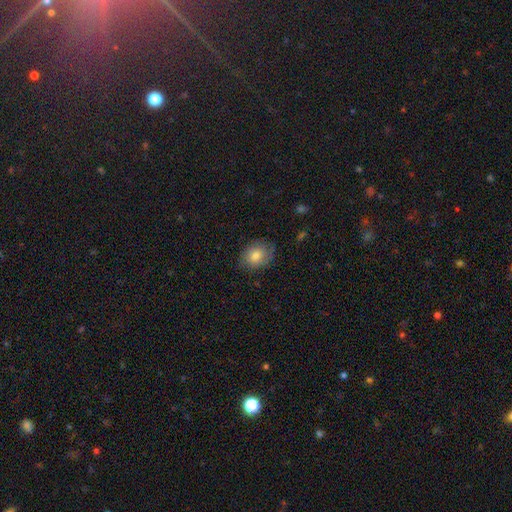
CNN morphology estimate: Smooth or featured: smooth — 75% (featured or disk — 16%)
How rounded: in between — 55% (round — 44%)
Merging: none — 75% (minor disturbance — 19%)